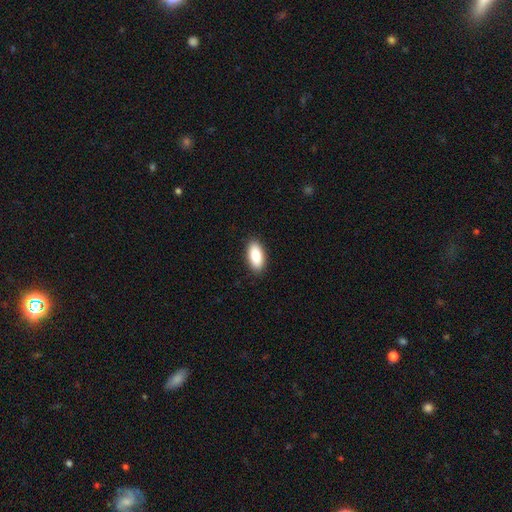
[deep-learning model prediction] Morphology: type=smooth (87%); roundness=in between (90%); merging=none (90%).